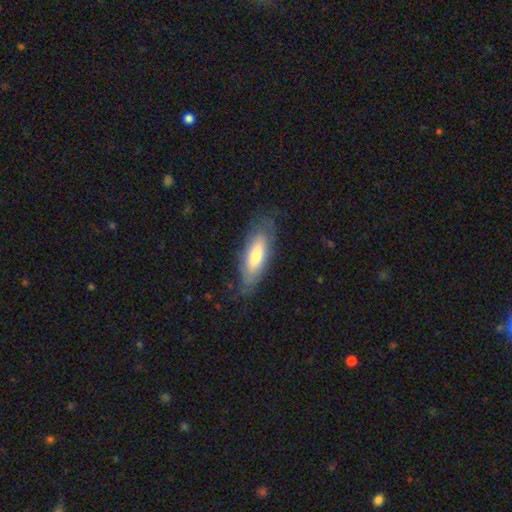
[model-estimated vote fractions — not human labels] This is possibly a smooth galaxy (60%). How rounded: likely in between (60%). Merging: likely none (74%).